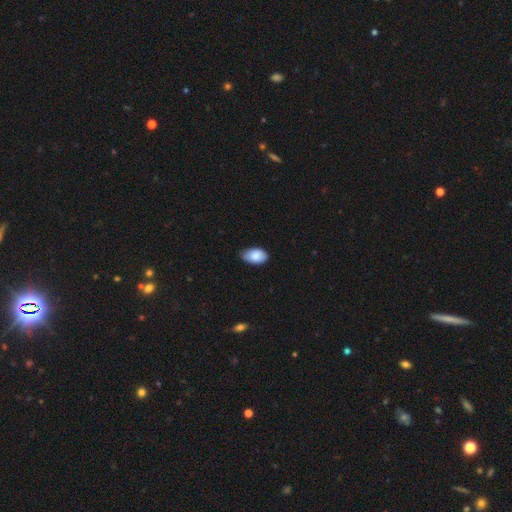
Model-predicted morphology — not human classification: smooth_or_featured: smooth (p=0.86) [alt: featured or disk p=0.07]
how_rounded: in between (p=0.93) [alt: round p=0.06]
merging: none (p=0.70) [alt: minor disturbance p=0.26]